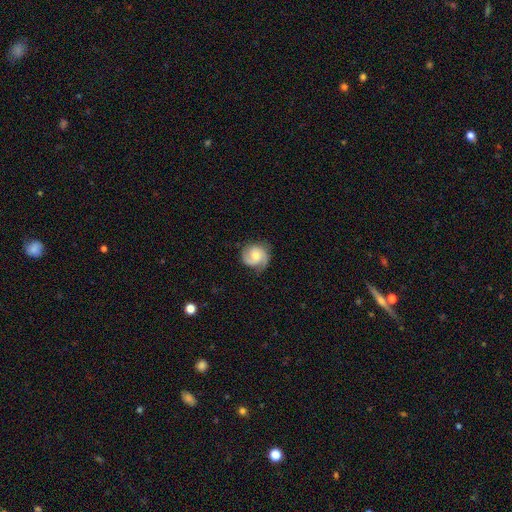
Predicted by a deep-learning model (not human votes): Smooth or featured?
  - featured or disk: 73% *
  - smooth: 20%
  - star or artifact: 7%
Edge-on disk?
  - no: 98% *
  - yes: 2%
Bar?
  - no: 64% *
  - weak: 31%
  - strong: 5%
Spiral arms?
  - yes: 96% *
  - no: 4%
Spiral winding?
  - tight: 43% * (tied)
  - medium: 43% * (tied)
  - loose: 14%
Spiral arm count?
  - 2: 73% *
  - 1: 9%
  - can't tell: 8%
  - 3: 7%
  - 4: 2%
  - more than 4: 1%
Bulge size?
  - moderate: 48% *
  - small: 42%
  - none: 4%
  - large: 4%
  - dominant: 1%
Merging?
  - none: 74% *
  - minor disturbance: 18%
  - major disturbance: 6%
  - merger: 1%